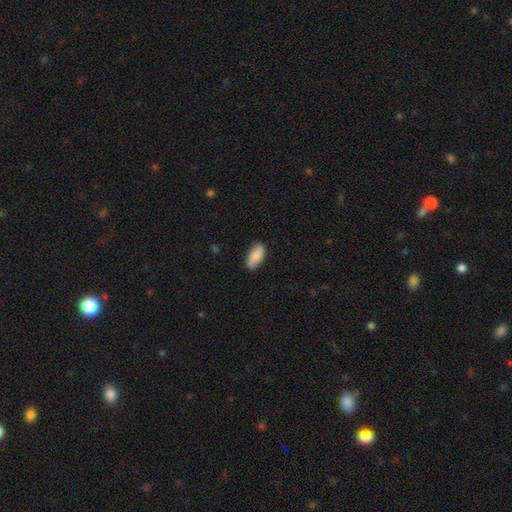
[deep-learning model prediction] A smooth galaxy with no disk features (79%) that is in between round and cigar-shaped (87%). Merging: none (82%).